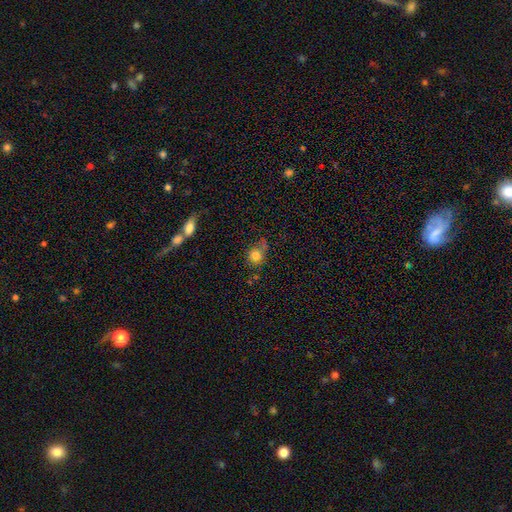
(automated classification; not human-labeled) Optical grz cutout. It shows a smooth galaxy with no disk features (80%) that is round (81%). Merging: none (55%).